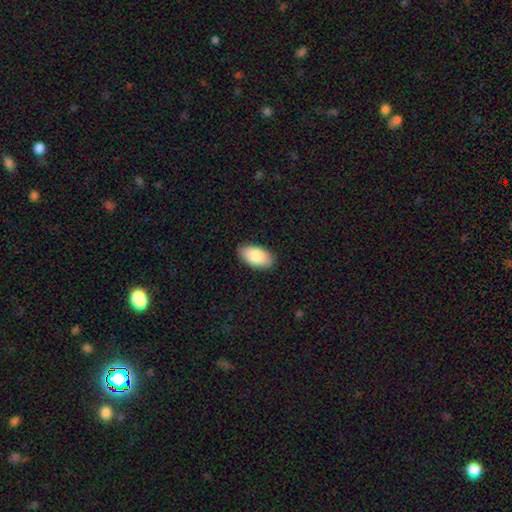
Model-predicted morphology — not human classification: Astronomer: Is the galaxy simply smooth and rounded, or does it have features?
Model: smooth — 87%.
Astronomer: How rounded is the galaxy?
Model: in between — 95%.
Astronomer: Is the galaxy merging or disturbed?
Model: none — 88%.